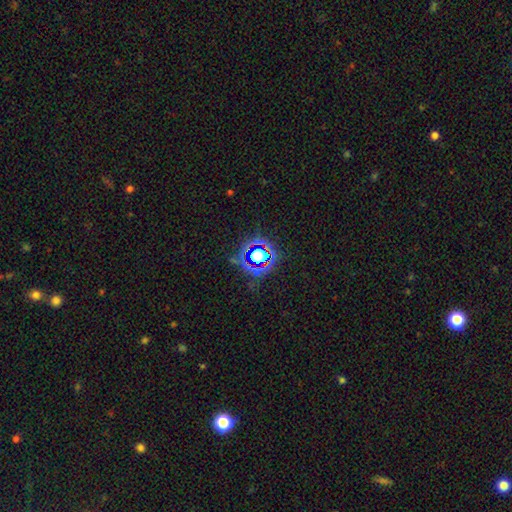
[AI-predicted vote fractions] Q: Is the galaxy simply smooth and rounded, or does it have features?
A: star or artifact — 78%.